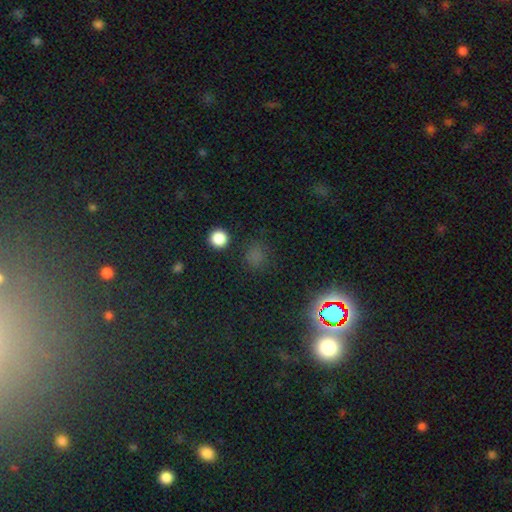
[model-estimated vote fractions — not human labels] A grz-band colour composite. It shows a smooth galaxy with no disk features (61%) that is round (86%). Merging: none (83%).